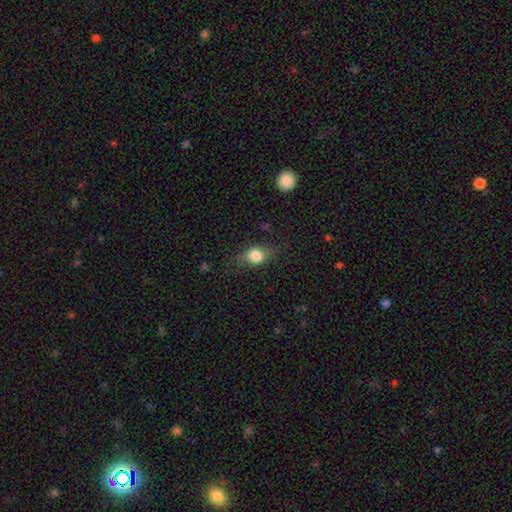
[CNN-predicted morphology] Smooth or featured: smooth — 71% (featured or disk — 20%)
How rounded: in between — 58% (round — 37%)
Merging: none — 72% (minor disturbance — 20%)